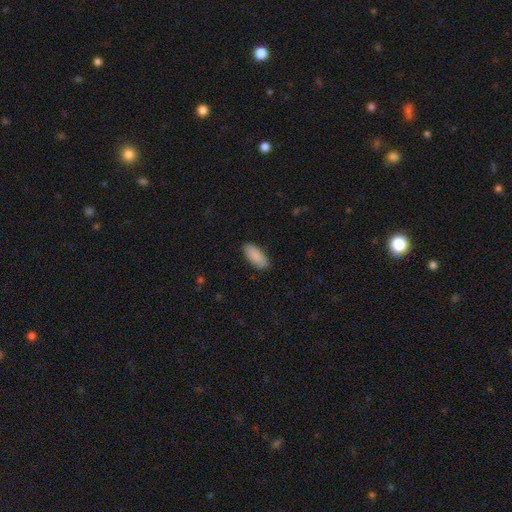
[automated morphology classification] The model was most divided on "how rounded": in between: 86%, cigar-shaped: 12%, round: 2%. More confident: smooth or featured — smooth (89%); merging — none (86%).